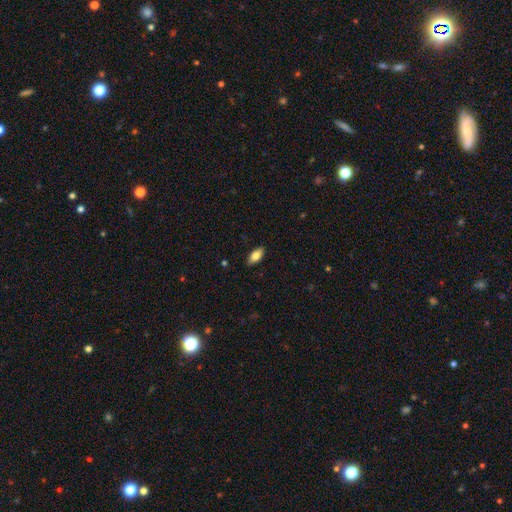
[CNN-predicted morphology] The model was most divided on "smooth or featured": smooth: 76%, featured or disk: 17%, star or artifact: 7%. More confident: merging — none (88%); how rounded — in between (87%).